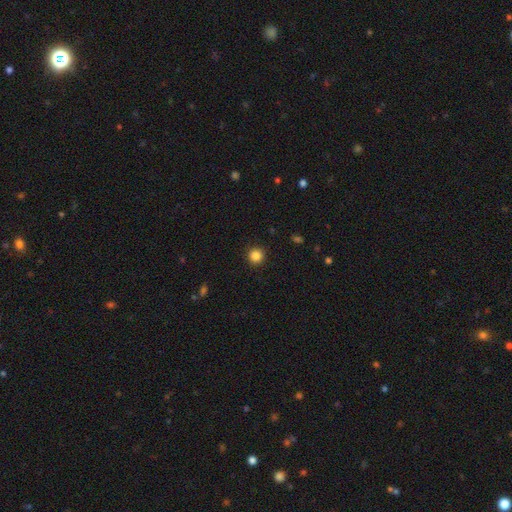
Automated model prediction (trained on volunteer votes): Morphology: type=smooth (85%); roundness=round (95%); merging=none (92%).